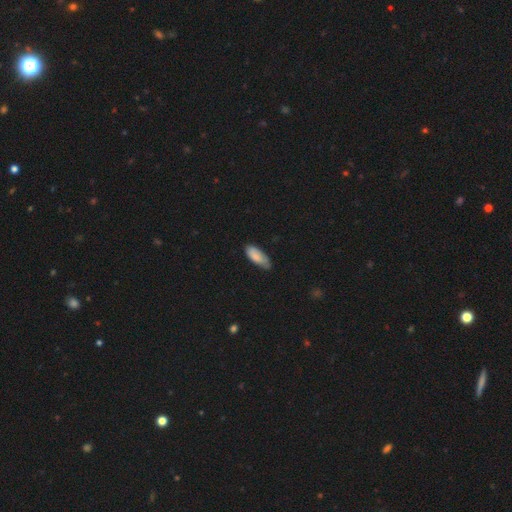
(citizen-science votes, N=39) smooth-or-featured: smooth: 85% | featured or disk: 15% | star or artifact: 0%
  how-rounded: in between: 79% | cigar-shaped: 21% | round: 0%
  merging: none: 59% | minor disturbance: 33% | major disturbance: 5% | merger: 3%